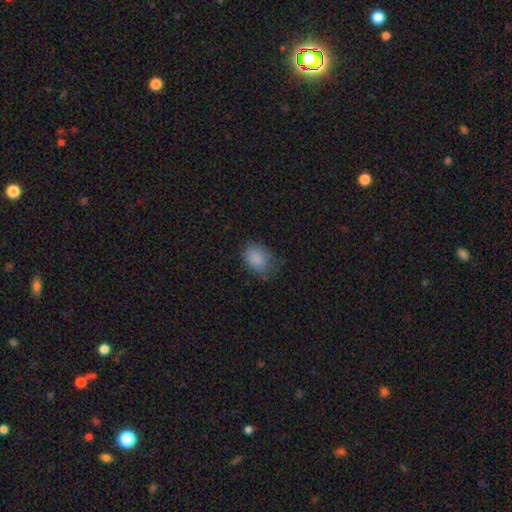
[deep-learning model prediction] A smooth galaxy with no disk features (84%) that is in between round and cigar-shaped (69%).

Vote fractions:
- Smooth or featured? smooth: 84% / star or artifact: 10% / featured or disk: 6%
- How rounded? in between: 69% / round: 30% / cigar-shaped: 1%
- Merging? none: 61% / minor disturbance: 28% / major disturbance: 9% / merger: 1%